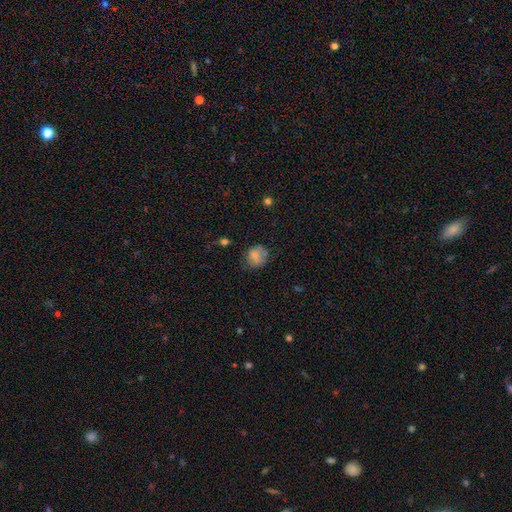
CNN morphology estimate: A smooth galaxy with no disk features (67%) that is round (61%).

Vote fractions:
- Smooth or featured? smooth: 67% / featured or disk: 21% / star or artifact: 11%
- How rounded? round: 61% / in between: 38% / cigar-shaped: 1%
- Merging? none: 54% / minor disturbance: 27% / major disturbance: 15% / merger: 4%